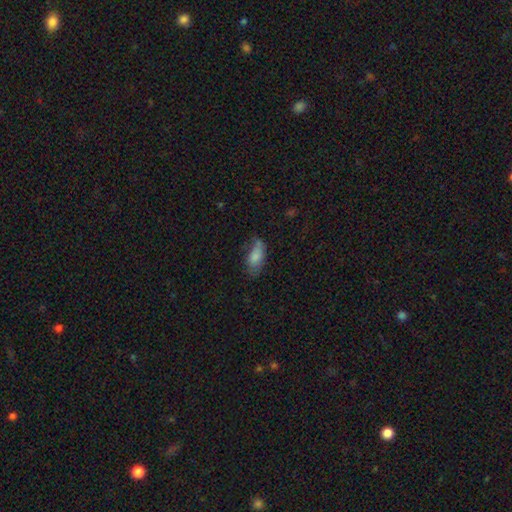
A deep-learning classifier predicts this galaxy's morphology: Smooth or featured? Predicted: smooth (p=0.80). How rounded? Predicted: in between (p=0.88). Merging? Predicted: none (p=0.53).